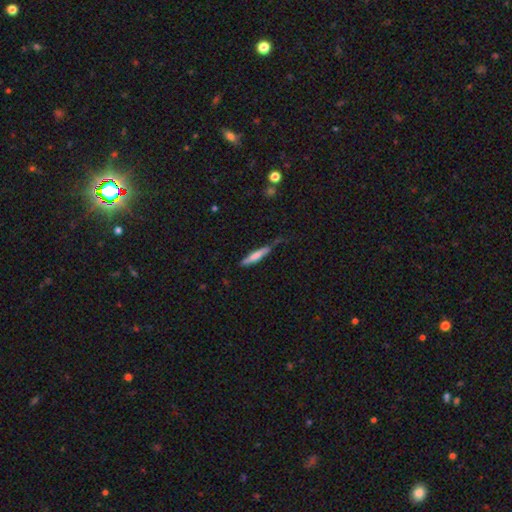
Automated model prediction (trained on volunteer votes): smooth_or_featured: smooth (p=0.65) [alt: featured or disk p=0.29]
how_rounded: cigar-shaped (p=0.89) [alt: in between p=0.10]
merging: none (p=0.57) [alt: minor disturbance p=0.30]